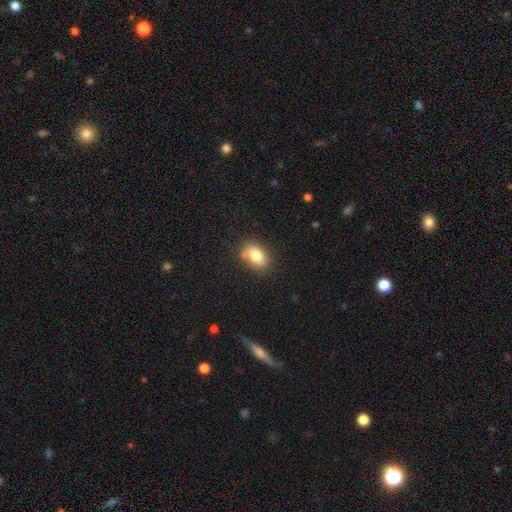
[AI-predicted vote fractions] Smooth or featured? Predicted: smooth (p=0.76). How rounded? Predicted: in between (p=0.81). Merging? Predicted: none (p=0.63).